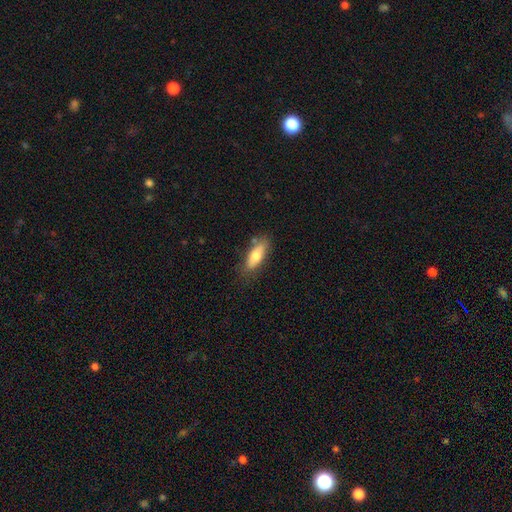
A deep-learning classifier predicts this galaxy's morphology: Smooth or featured?
  - smooth: 73% *
  - featured or disk: 21%
  - star or artifact: 6%
How rounded?
  - in between: 64% *
  - cigar-shaped: 34%
  - round: 2%
Merging?
  - none: 76% *
  - minor disturbance: 17%
  - merger: 4%
  - major disturbance: 4%